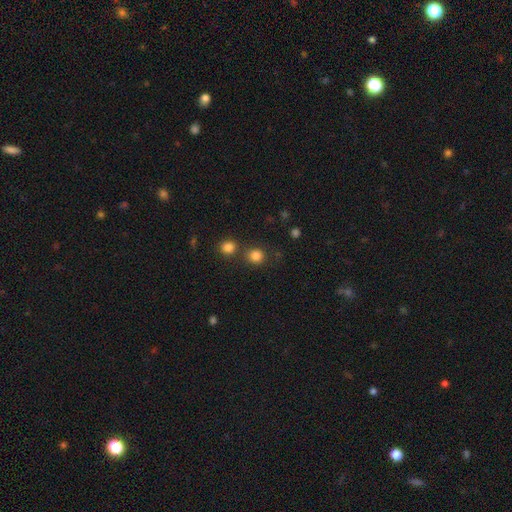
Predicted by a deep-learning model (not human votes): Overall: smooth (82%). How rounded: round (89%). Merging: none (75%).